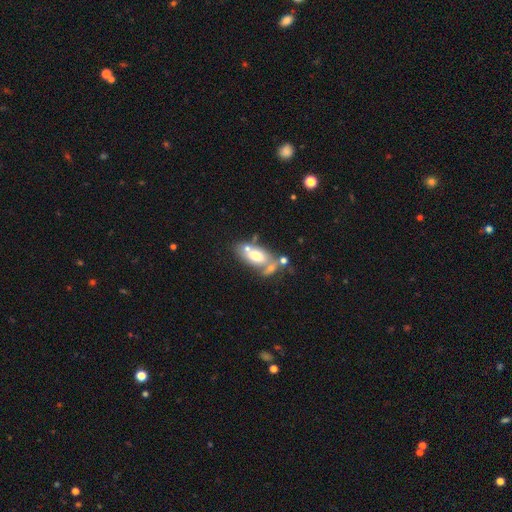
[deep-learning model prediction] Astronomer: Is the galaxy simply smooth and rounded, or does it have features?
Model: smooth — 59%.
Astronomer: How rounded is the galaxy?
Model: in between — 85%.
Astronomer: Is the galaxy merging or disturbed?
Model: merger — 38% (runner-up: none, 37%).